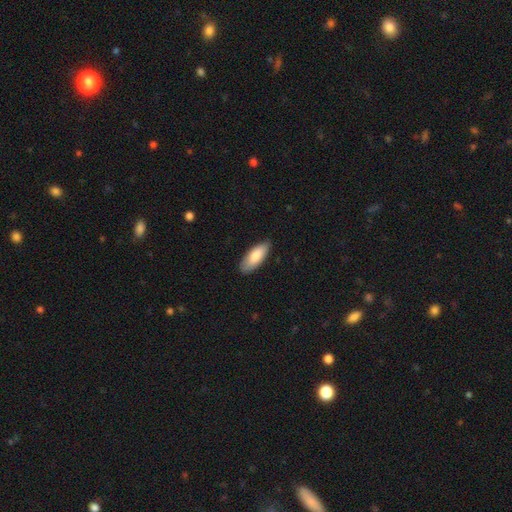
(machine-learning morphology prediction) This is clearly a smooth galaxy (84%). How rounded: likely in between (78%). Merging: clearly none (83%).